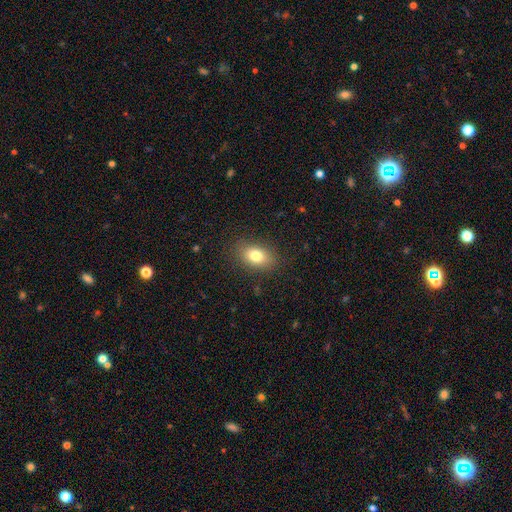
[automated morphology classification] smooth 79%, featured or disk 11%, star or artifact 10%. Down the decision tree: how rounded — in between (81%); merging — none (85%).